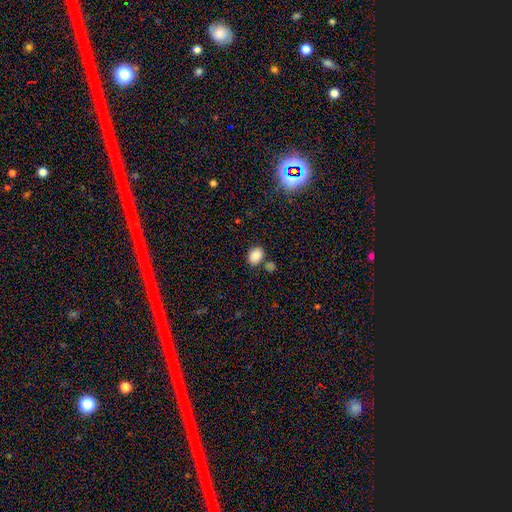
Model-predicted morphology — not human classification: smooth-or-featured: smooth: 85% | star or artifact: 10% | featured or disk: 5%
  how-rounded: in between: 67% | round: 32% | cigar-shaped: 1%
  merging: none: 77% | minor disturbance: 10% | merger: 9% | major disturbance: 3%